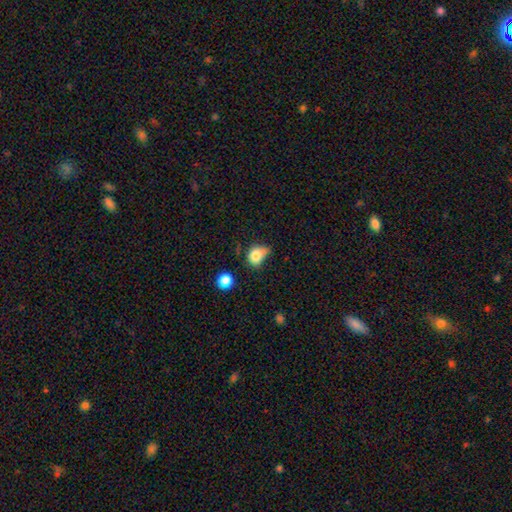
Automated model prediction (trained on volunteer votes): Q: Smooth or featured?
A: smooth (80%); runner-up: star or artifact (11%)
Q: How rounded?
A: round (55%); runner-up: in between (44%)
Q: Merging?
A: minor disturbance (41%); runner-up: none (34%)